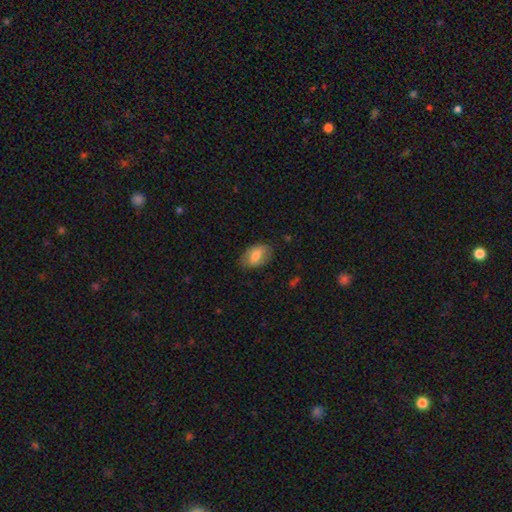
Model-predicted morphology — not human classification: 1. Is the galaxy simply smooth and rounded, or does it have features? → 73% smooth, 20% featured or disk, 7% star or artifact.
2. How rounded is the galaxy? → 89% in between, 9% round, 2% cigar-shaped.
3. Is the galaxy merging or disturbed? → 77% none, 18% minor disturbance, 4% major disturbance, 1% merger.